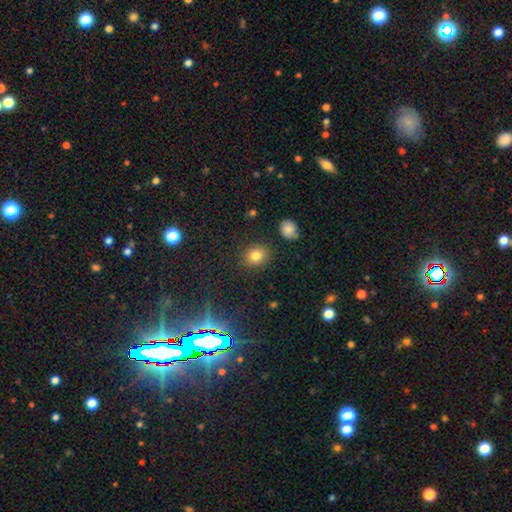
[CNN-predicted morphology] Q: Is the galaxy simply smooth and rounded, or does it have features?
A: smooth — 79%.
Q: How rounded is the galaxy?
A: round — 71%.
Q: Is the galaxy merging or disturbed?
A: none — 86%.